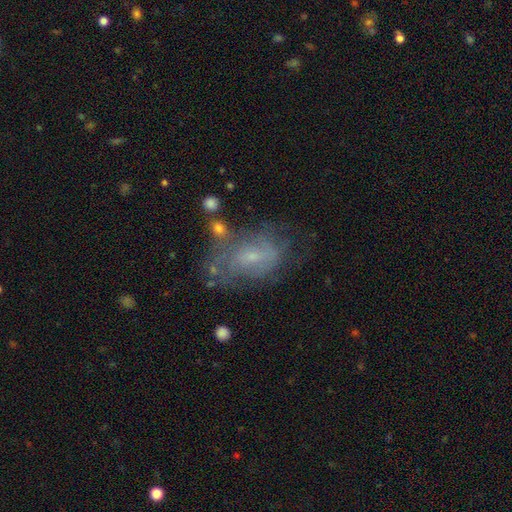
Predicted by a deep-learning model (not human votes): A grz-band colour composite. It shows a featured or disk galaxy (61%) with no bar (50%), spiral arms (66%) and a small central bulge (69%). Merging: none (47%).